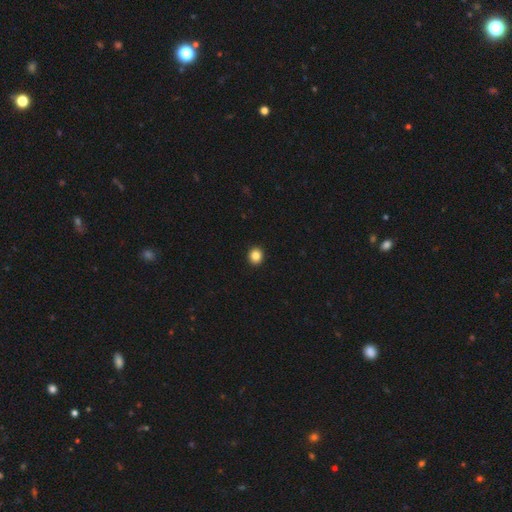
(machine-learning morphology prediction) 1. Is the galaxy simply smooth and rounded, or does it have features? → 85% smooth, 10% star or artifact, 4% featured or disk.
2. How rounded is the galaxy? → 84% round, 15% in between, 1% cigar-shaped.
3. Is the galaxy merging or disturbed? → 93% none, 4% minor disturbance, 1% major disturbance, 1% merger.